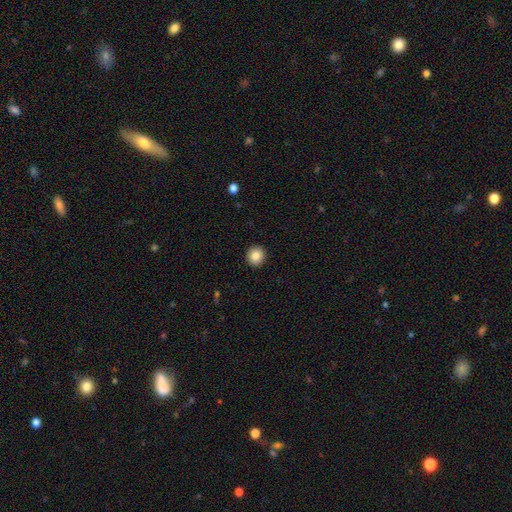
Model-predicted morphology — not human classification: type=smooth (86%); roundness=round (92%); merging=none (93%).